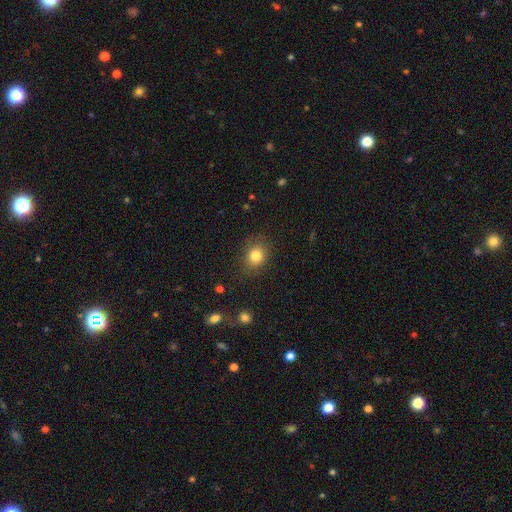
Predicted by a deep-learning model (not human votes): A smooth galaxy with no disk features (82%) that is round (61%).

Vote fractions:
- Smooth or featured? smooth: 82% / star or artifact: 11% / featured or disk: 7%
- How rounded? round: 61% / in between: 38% / cigar-shaped: 1%
- Merging? none: 84% / minor disturbance: 11% / major disturbance: 4% / merger: 1%